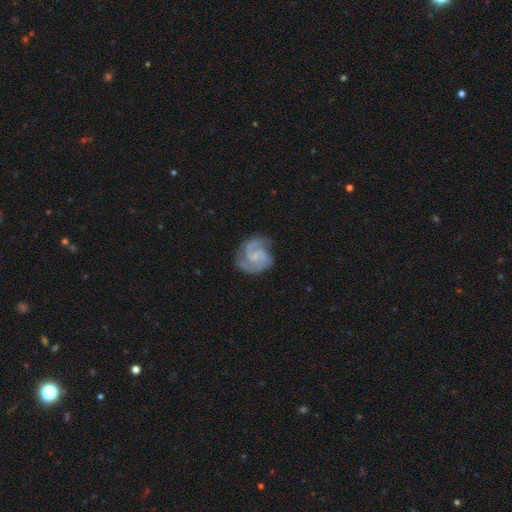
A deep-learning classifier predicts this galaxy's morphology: This appears to be a featured or disk galaxy (86%) with no bar (46%), 2 (74%) medium (51%) spiral arms (97%) and a small central bulge (52%). Merging: none (71%).